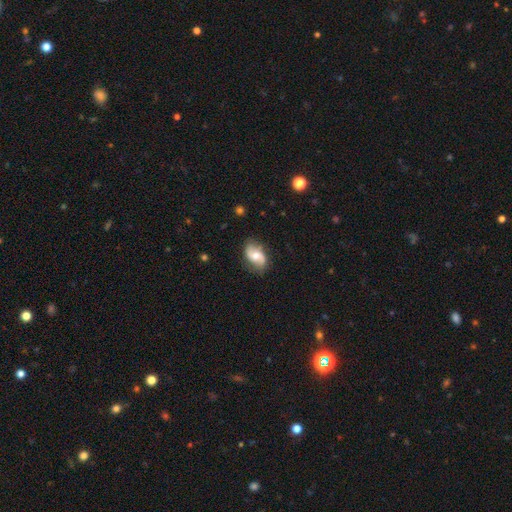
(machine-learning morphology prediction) type=featured or disk (56%); edge-on=no (96%); bar=no (56%); spiral arms=yes (85%); bulge=moderate (63%); merging=none (75%).